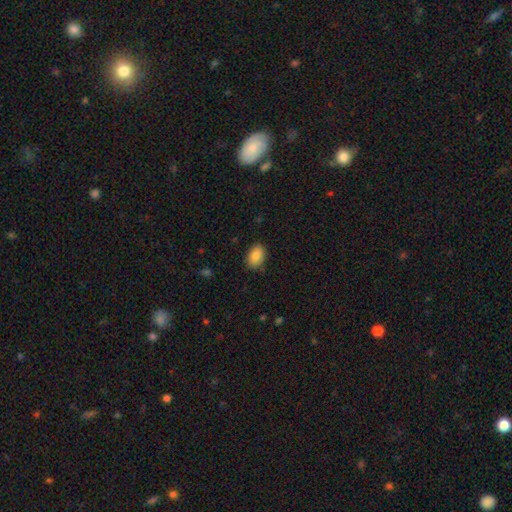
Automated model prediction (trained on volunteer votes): Smooth or featured? smooth (86%)
How rounded? in between (85%)
Merging? none (84%)